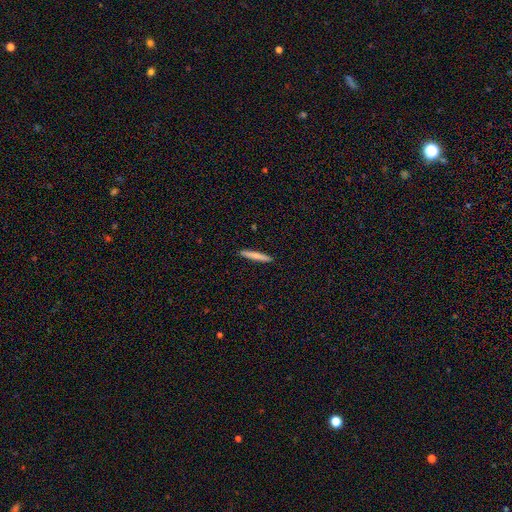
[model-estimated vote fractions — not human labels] Smooth or featured? Predicted: smooth (p=0.77). How rounded? Predicted: cigar-shaped (p=0.95). Merging? Predicted: none (p=0.92).